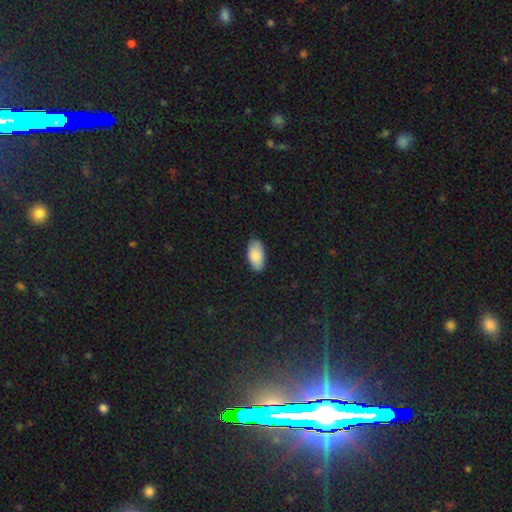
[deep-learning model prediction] smooth_or_featured: smooth (p=0.87) [alt: featured or disk p=0.06]
how_rounded: in between (p=0.95) [alt: cigar-shaped p=0.03]
merging: none (p=0.85) [alt: minor disturbance p=0.12]